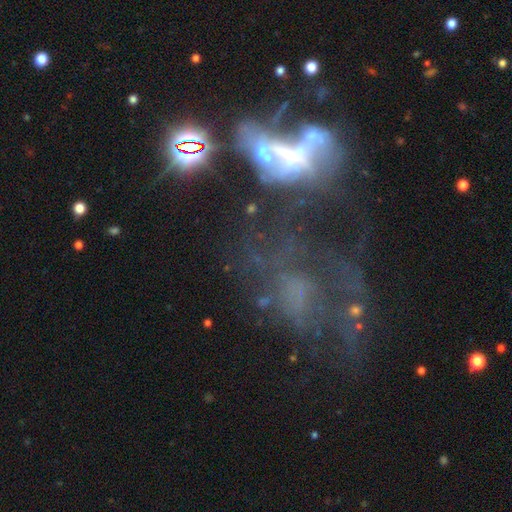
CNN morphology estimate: This appears to be a featured or disk galaxy (53%). Merging: merger (41%).